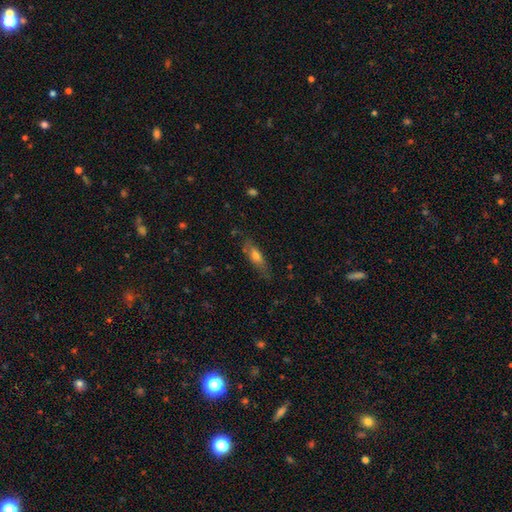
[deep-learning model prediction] smooth_or_featured: smooth (p=0.59) [alt: featured or disk p=0.33]
how_rounded: in between (p=0.49) [alt: cigar-shaped p=0.48]
merging: none (p=0.65) [alt: minor disturbance p=0.24]